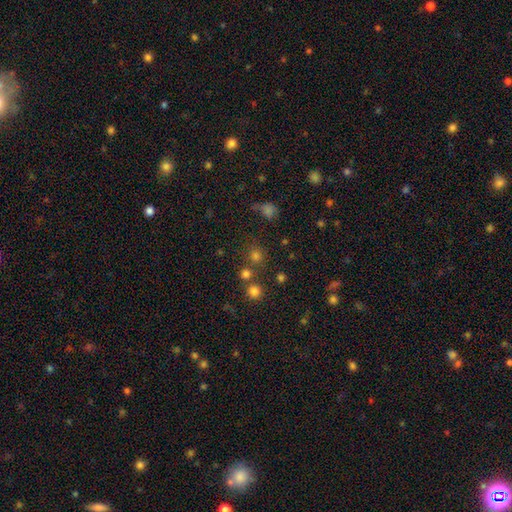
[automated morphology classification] smooth_or_featured: smooth (p=0.68) [alt: star or artifact p=0.26]
how_rounded: round (p=0.89) [alt: in between p=0.10]
merging: none (p=0.73) [alt: merger p=0.15]